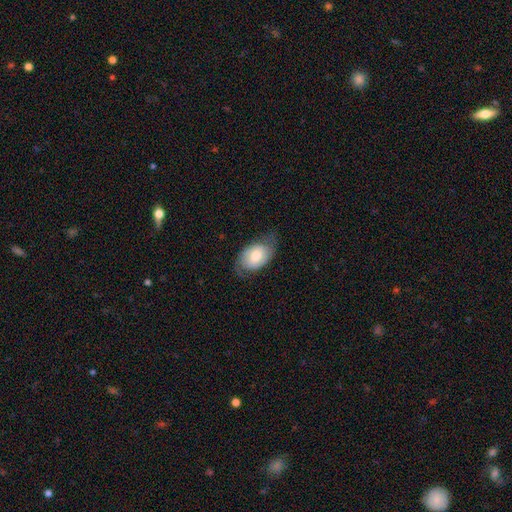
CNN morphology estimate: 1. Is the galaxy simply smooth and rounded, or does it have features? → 52% smooth, 42% featured or disk, 6% star or artifact.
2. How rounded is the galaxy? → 88% in between, 10% round, 1% cigar-shaped.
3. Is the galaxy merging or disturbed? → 62% none, 26% minor disturbance, 11% major disturbance, 1% merger.